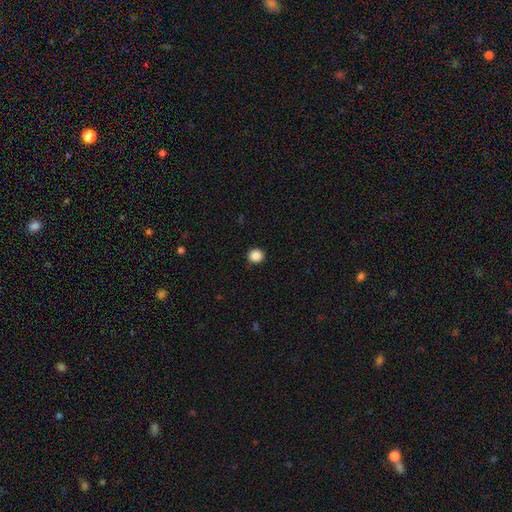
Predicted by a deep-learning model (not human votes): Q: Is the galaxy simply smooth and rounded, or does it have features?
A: smooth — 87%.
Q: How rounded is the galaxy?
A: round — 92%.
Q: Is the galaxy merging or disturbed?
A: none — 92%.